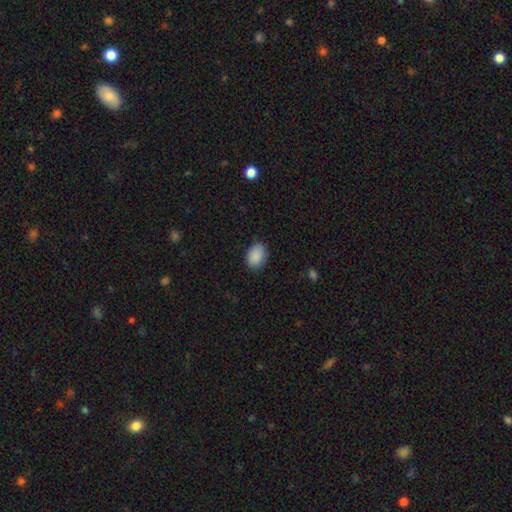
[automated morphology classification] smooth_or_featured: smooth (p=0.90) [alt: star or artifact p=0.07]
how_rounded: in between (p=0.73) [alt: round p=0.26]
merging: none (p=0.86) [alt: minor disturbance p=0.11]